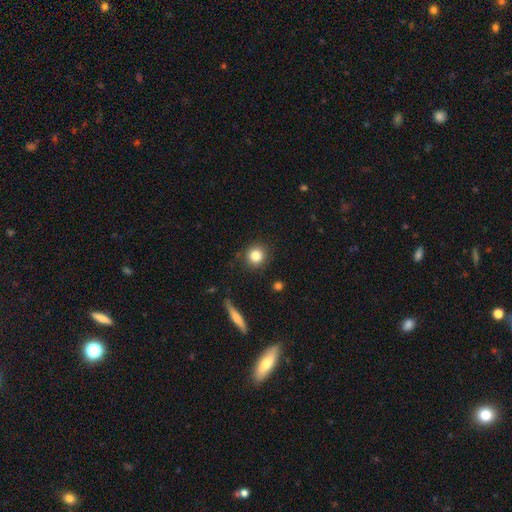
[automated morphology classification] Smooth or featured? Predicted: smooth (p=0.84). How rounded? Predicted: round (p=0.91). Merging? Predicted: none (p=0.88).